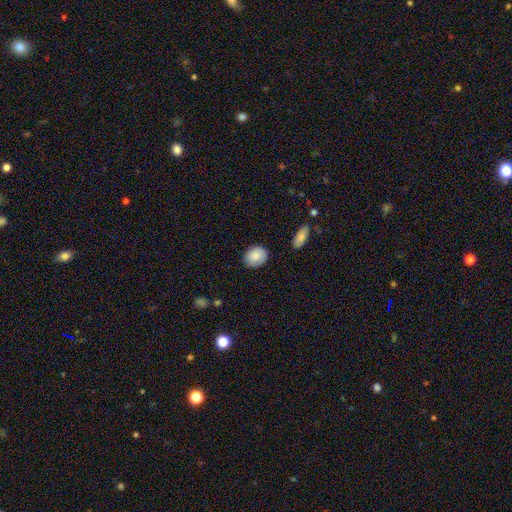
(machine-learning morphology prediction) Overall: smooth (87%). How rounded: in between (52%; round 47%). Merging: none (85%).